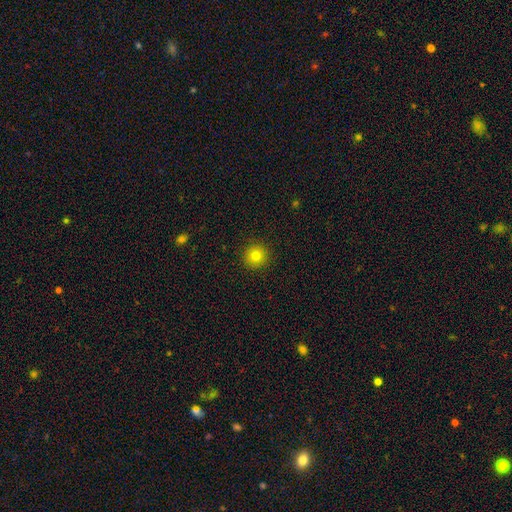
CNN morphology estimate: Q: Smooth or featured?
A: smooth (79%); runner-up: star or artifact (13%)
Q: How rounded?
A: round (95%); runner-up: in between (4%)
Q: Merging?
A: none (92%); runner-up: minor disturbance (5%)